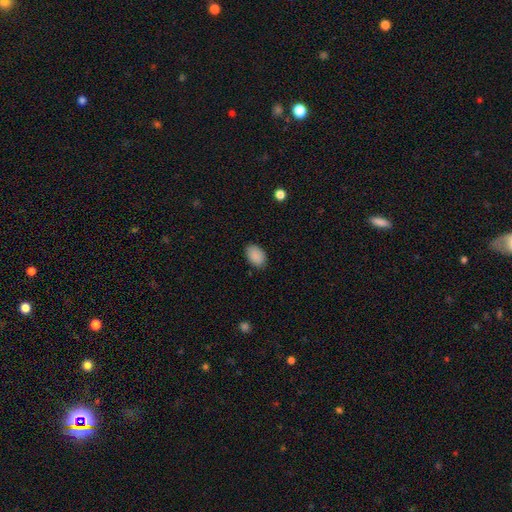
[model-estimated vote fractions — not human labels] Q: Smooth or featured?
A: smooth (89%); runner-up: star or artifact (8%)
Q: How rounded?
A: in between (87%); runner-up: round (12%)
Q: Merging?
A: none (85%); runner-up: minor disturbance (12%)